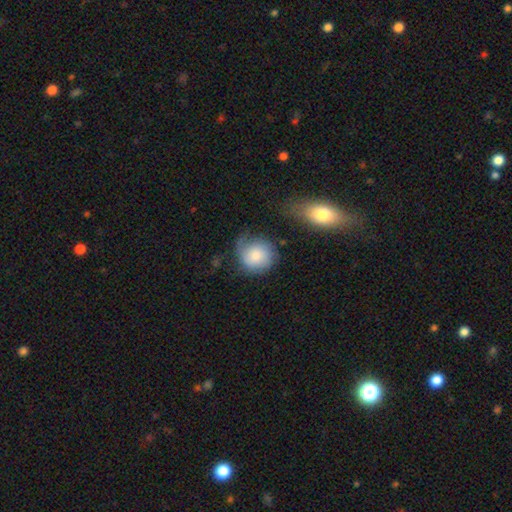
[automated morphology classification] This is likely a smooth galaxy (72%). How rounded: clearly round (85%). Merging: possibly none (48%).